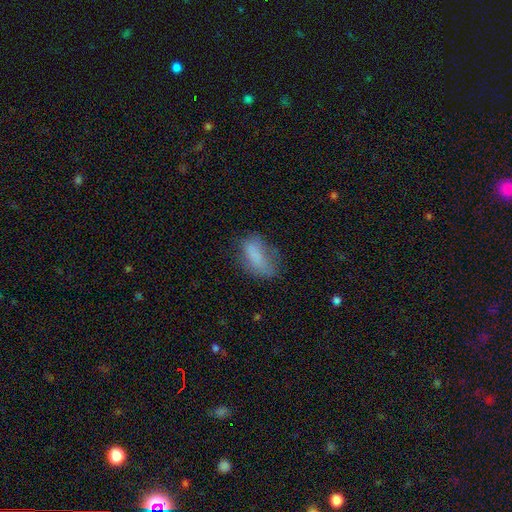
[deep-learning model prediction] This is likely a smooth galaxy (74%). How rounded: clearly in between (86%). Merging: possibly none (47%).